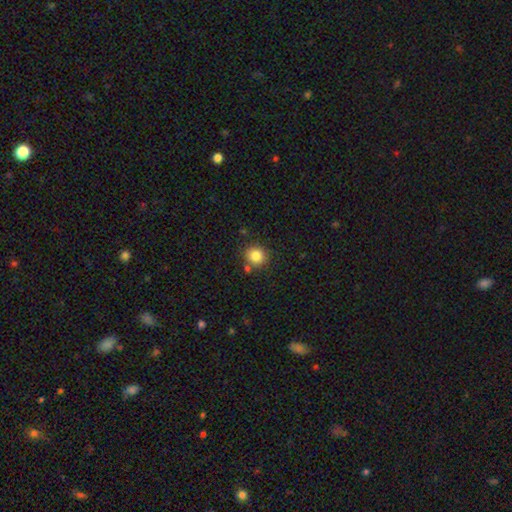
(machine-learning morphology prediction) Smooth or featured: smooth — 83% (star or artifact — 11%)
How rounded: round — 90% (in between — 9%)
Merging: none — 82% (minor disturbance — 9%)